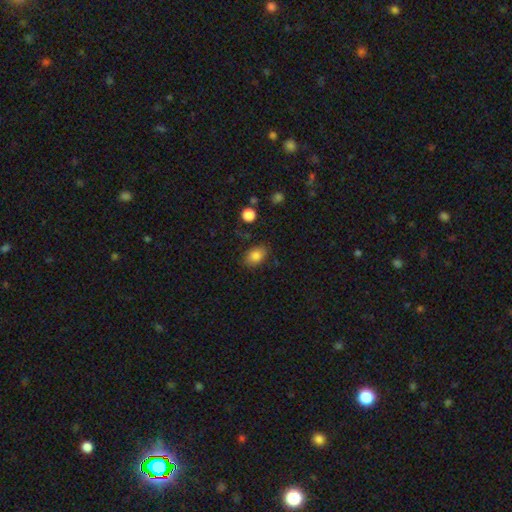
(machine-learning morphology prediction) type=smooth (82%); roundness=in between (82%); merging=none (81%).